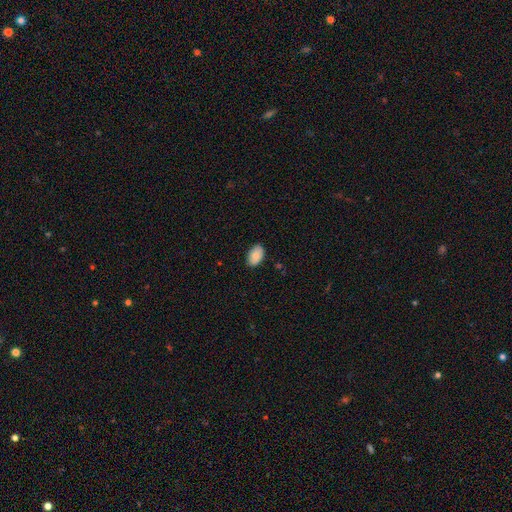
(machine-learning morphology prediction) The model was most divided on "merging": none: 85%, minor disturbance: 12%, major disturbance: 2%, merger: 1%. More confident: how rounded — in between (92%); smooth or featured — smooth (85%).